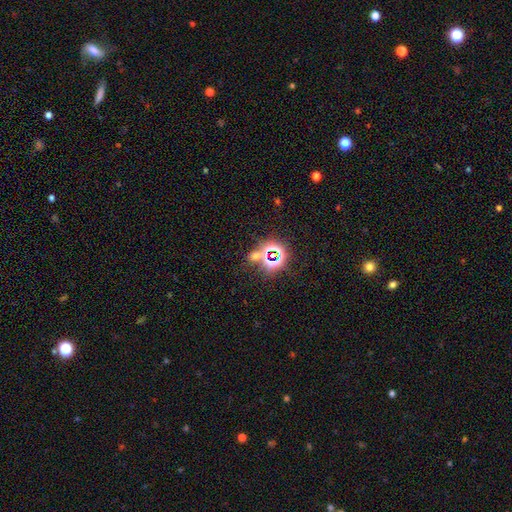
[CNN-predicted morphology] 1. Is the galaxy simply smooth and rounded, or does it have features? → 59% star or artifact, 33% smooth, 8% featured or disk.